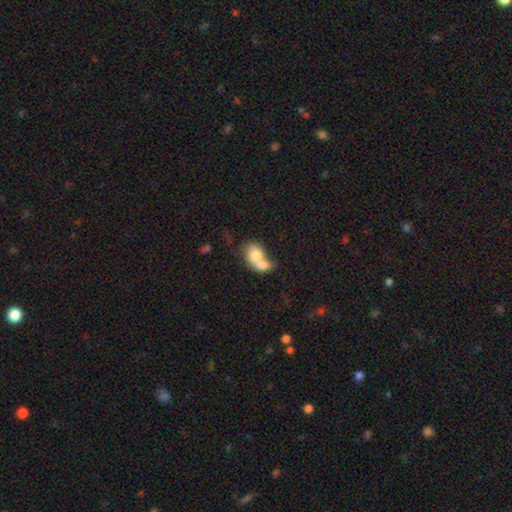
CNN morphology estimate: smooth-or-featured: smooth: 75% | featured or disk: 18% | star or artifact: 8%
  how-rounded: in between: 64% | round: 35% | cigar-shaped: 2%
  merging: merger: 74% | none: 15% | minor disturbance: 6% | major disturbance: 5%